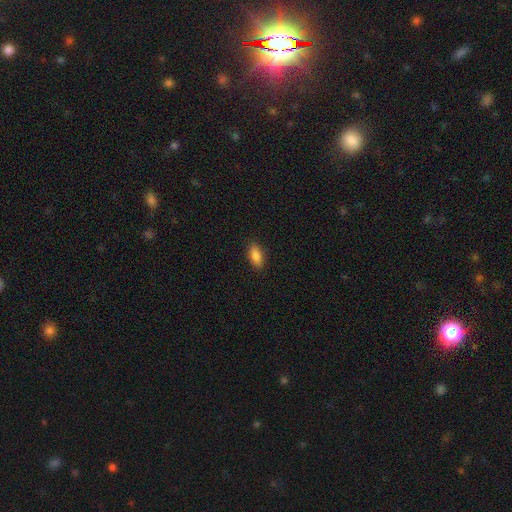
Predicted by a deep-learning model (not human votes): Overall: smooth (85%). How rounded: in between (82%). Merging: none (88%).